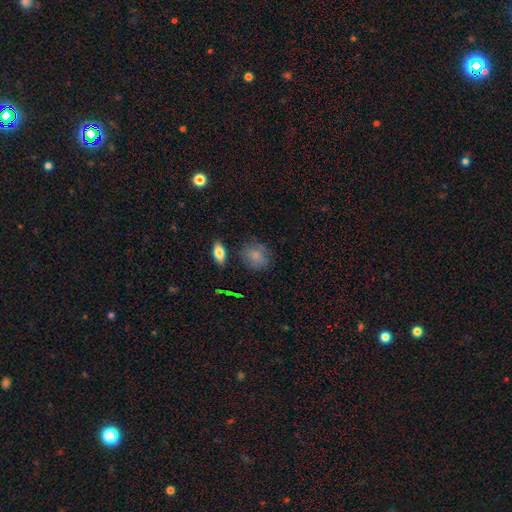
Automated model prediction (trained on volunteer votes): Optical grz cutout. It shows a smooth galaxy with no disk features (81%) that is round (66%). Merging: none (73%).